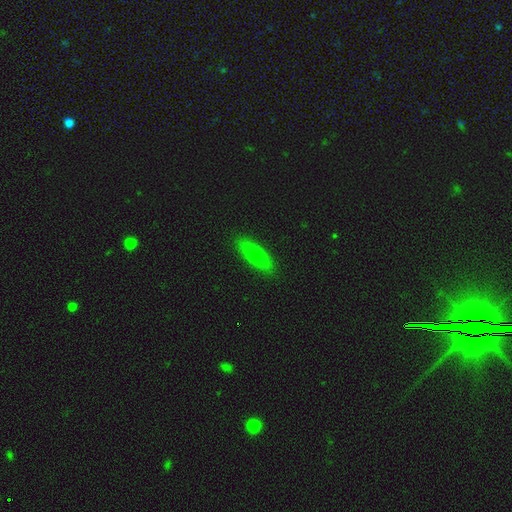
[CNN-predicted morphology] This is likely a smooth galaxy (67%). How rounded: possibly cigar-shaped (51%). Merging: clearly none (88%).